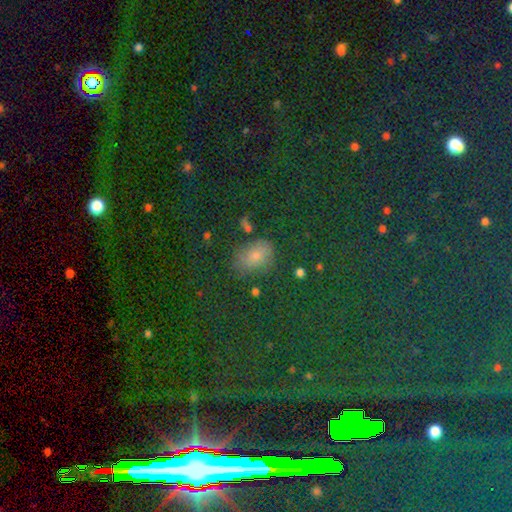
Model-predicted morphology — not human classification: Smooth or featured: smooth — 62% (star or artifact — 29%)
How rounded: in between — 82% (round — 15%)
Merging: none — 72% (minor disturbance — 18%)